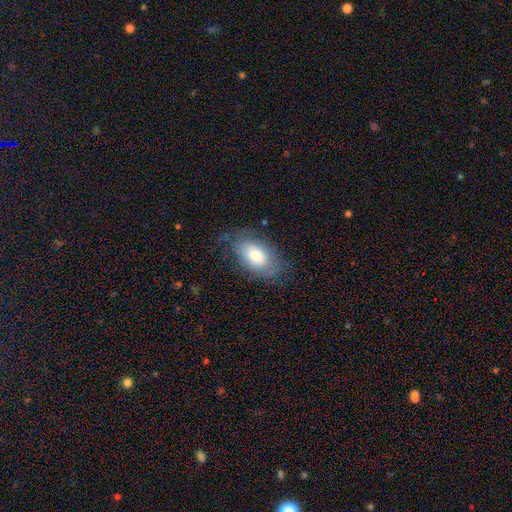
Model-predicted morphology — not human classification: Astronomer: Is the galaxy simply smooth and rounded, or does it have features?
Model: smooth — 72%.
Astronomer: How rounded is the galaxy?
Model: in between — 91%.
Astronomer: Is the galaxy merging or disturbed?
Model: none — 67%.